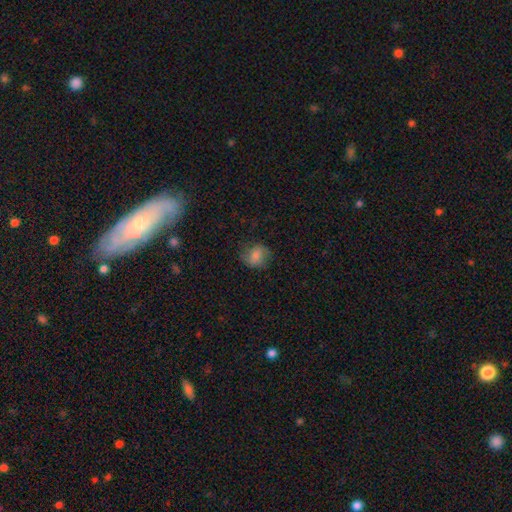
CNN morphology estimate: smooth-or-featured: smooth: 68% | featured or disk: 23% | star or artifact: 9%
  how-rounded: round: 65% | in between: 34% | cigar-shaped: 1%
  merging: none: 74% | minor disturbance: 19% | major disturbance: 7% | merger: 1%